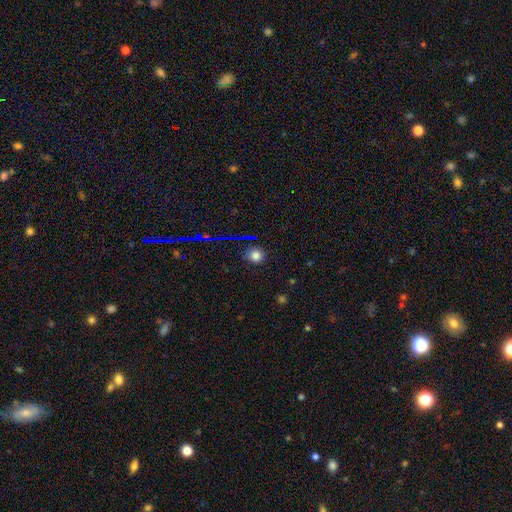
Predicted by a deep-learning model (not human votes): The model was most divided on "smooth or featured": smooth: 76%, star or artifact: 17%, featured or disk: 6%. More confident: how rounded — round (90%); merging — none (86%).